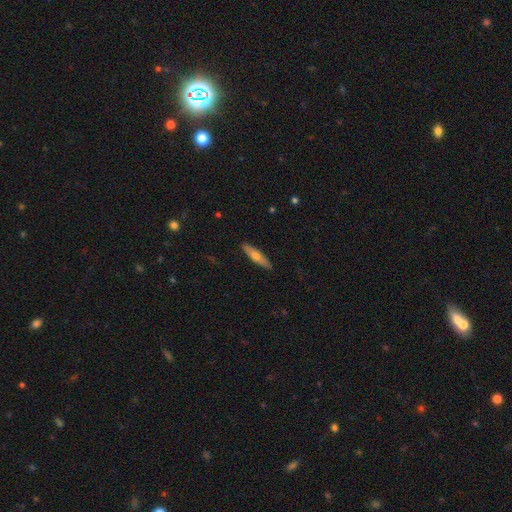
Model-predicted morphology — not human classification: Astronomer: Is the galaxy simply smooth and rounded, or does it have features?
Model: smooth — 55% (runner-up: featured or disk, 39%).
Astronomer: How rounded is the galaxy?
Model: cigar-shaped — 79%.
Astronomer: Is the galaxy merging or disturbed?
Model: none — 90%.